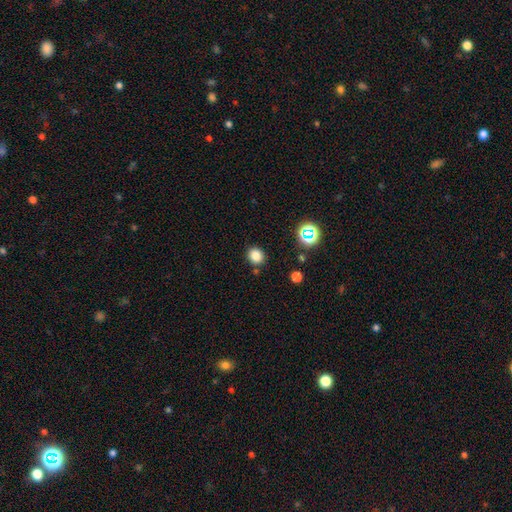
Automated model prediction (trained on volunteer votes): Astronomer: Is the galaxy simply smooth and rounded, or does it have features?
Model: smooth — 80%.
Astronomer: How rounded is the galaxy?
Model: round — 71%.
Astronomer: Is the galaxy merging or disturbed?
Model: none — 84%.